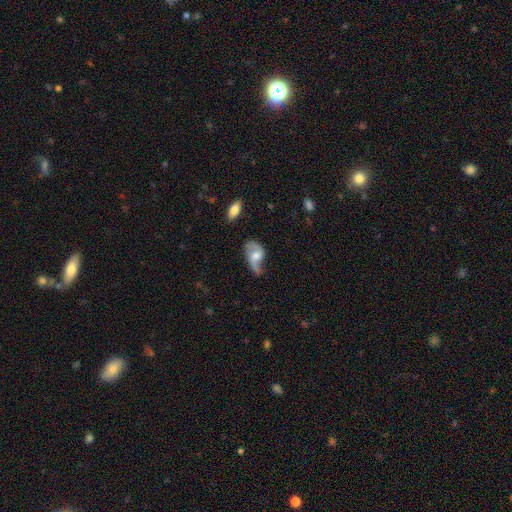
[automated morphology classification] type=featured or disk (74%); edge-on=no (96%); bar=no (54%); spiral arms=yes (91%); winding=loose (66%); arm count=2 (78%); bulge=moderate (56%); merging=none (44%).